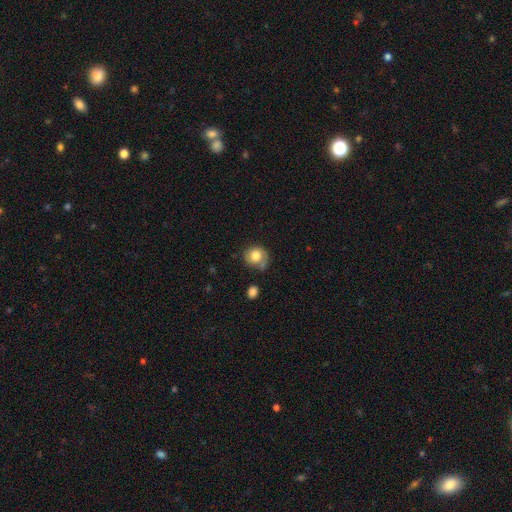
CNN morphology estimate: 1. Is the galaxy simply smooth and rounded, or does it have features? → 72% smooth, 19% featured or disk, 8% star or artifact.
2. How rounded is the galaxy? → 77% round, 22% in between, 1% cigar-shaped.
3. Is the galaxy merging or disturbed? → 56% none, 25% minor disturbance, 11% major disturbance, 8% merger.